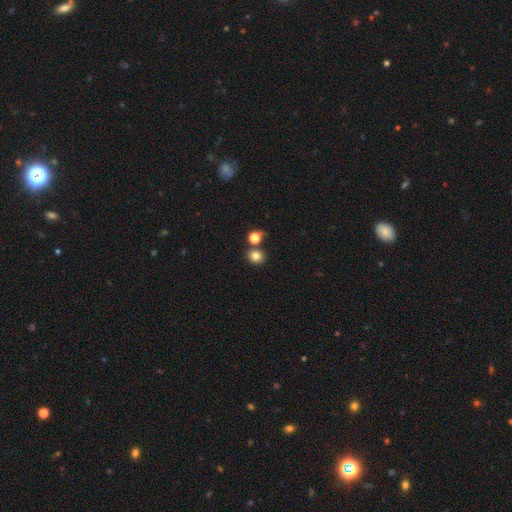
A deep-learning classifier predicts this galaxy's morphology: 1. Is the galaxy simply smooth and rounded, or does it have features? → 81% smooth, 13% star or artifact, 6% featured or disk.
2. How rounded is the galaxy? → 83% round, 16% in between, 1% cigar-shaped.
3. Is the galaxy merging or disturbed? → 71% none, 17% merger, 9% minor disturbance, 3% major disturbance.